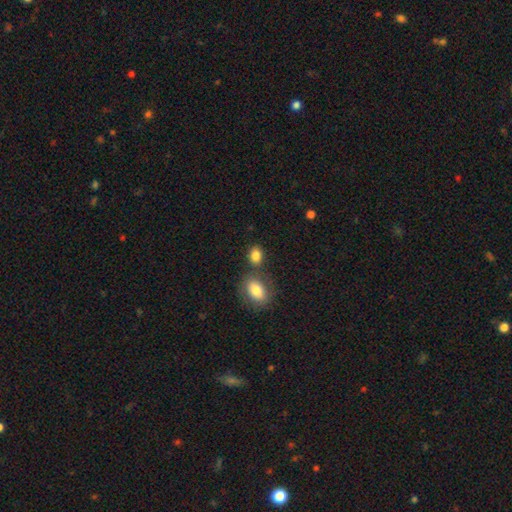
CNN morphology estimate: A smooth galaxy with no disk features (85%) that is in between round and cigar-shaped (71%).

Vote fractions:
- Smooth or featured? smooth: 85% / star or artifact: 9% / featured or disk: 6%
- How rounded? in between: 71% / round: 28% / cigar-shaped: 2%
- Merging? none: 63% / merger: 21% / minor disturbance: 12% / major disturbance: 4%